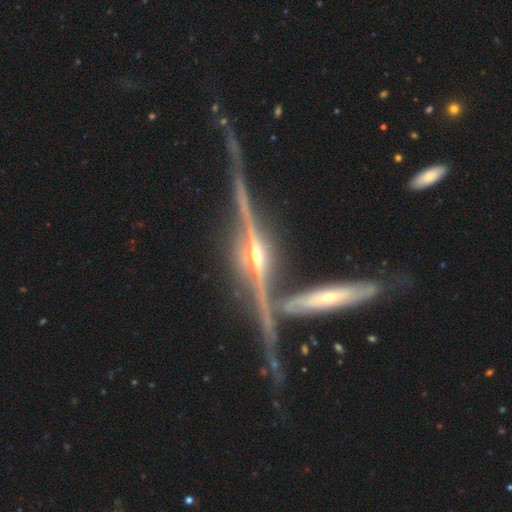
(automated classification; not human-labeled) Smooth or featured? Predicted: featured or disk (p=0.91). Edge-on disk? Predicted: yes (p=0.97). Edge-on bulge? Predicted: rounded (p=0.82). Merging? Predicted: none (p=0.65).